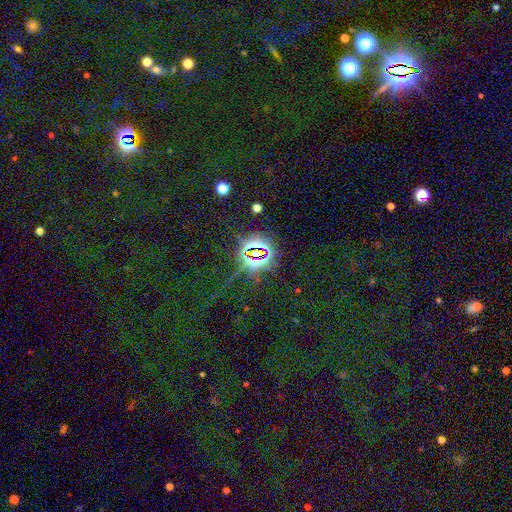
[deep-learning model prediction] A star or artifact, not a galaxy (83%).

Vote fractions:
- Smooth or featured? star or artifact: 83% / smooth: 10% / featured or disk: 8%